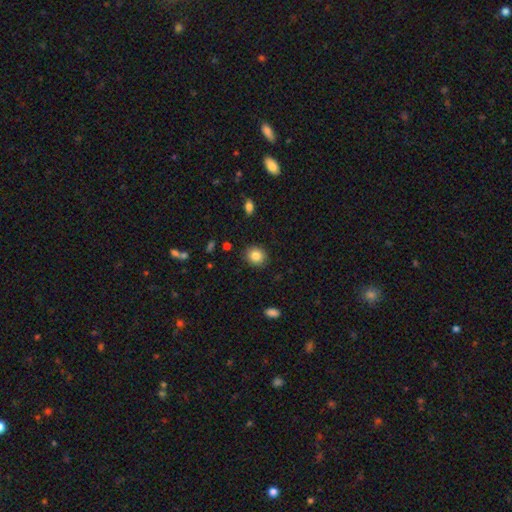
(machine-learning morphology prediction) smooth_or_featured: smooth (p=0.84) [alt: star or artifact p=0.09]
how_rounded: round (p=0.76) [alt: in between p=0.23]
merging: none (p=0.90) [alt: minor disturbance p=0.07]